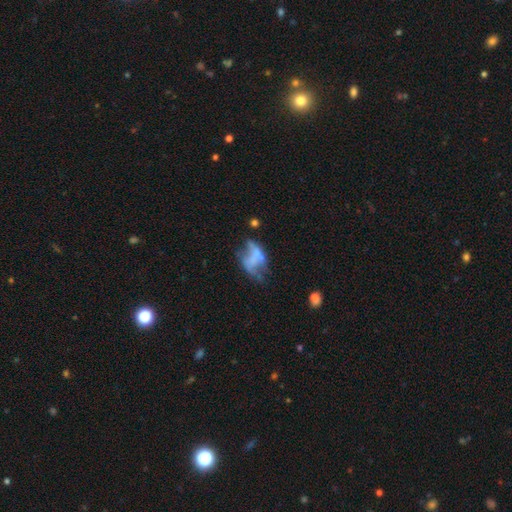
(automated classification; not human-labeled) A featured or disk galaxy (58%) with no bar (74%), no spiral arms (70%) and no central bulge (78%). Merging: major disturbance (34%).